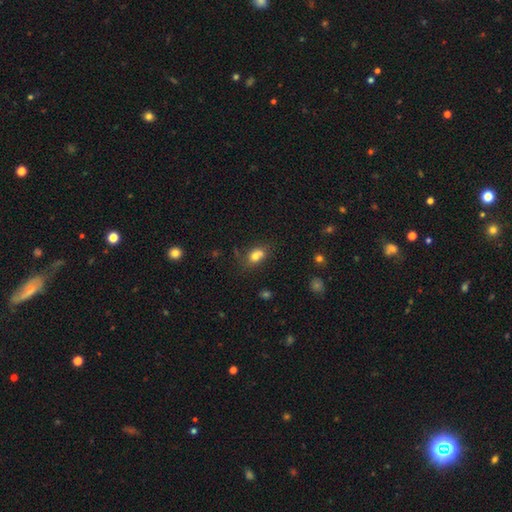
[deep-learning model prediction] smooth 73%, featured or disk 15%, star or artifact 13%. Down the decision tree: how rounded — in between (57%); merging — merger (41%).